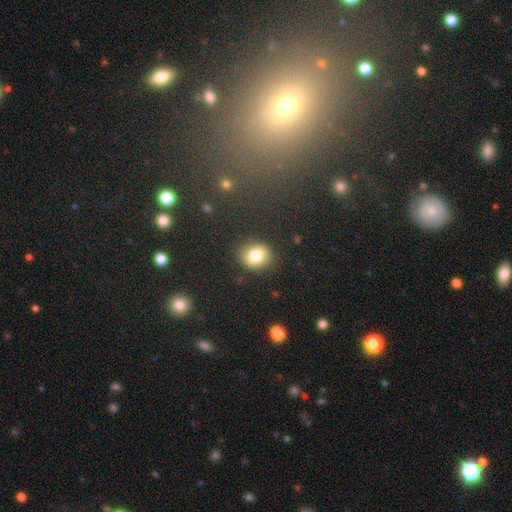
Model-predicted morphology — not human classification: Overall: smooth (80%). How rounded: round (61%; in between 38%). Merging: none (85%).